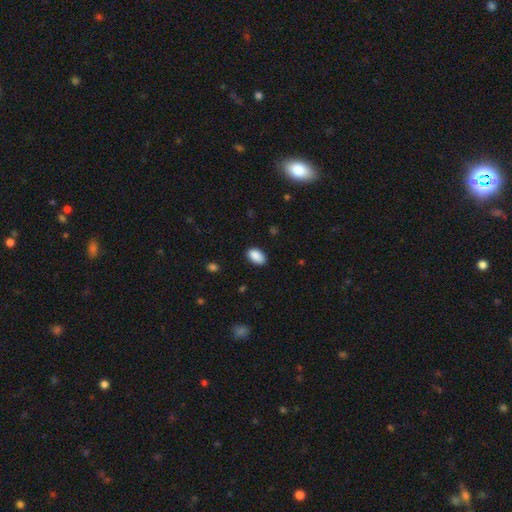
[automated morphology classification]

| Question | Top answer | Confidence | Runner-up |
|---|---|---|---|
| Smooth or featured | smooth | 89% | star or artifact (7%) |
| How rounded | in between | 93% | round (5%) |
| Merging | none | 86% | minor disturbance (11%) |